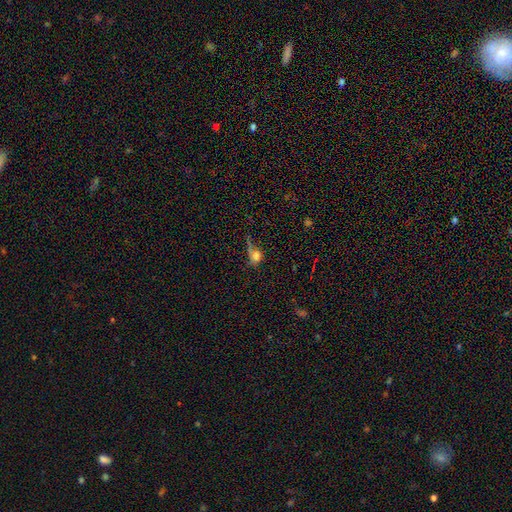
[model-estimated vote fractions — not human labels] Smooth or featured?
  - smooth: 65% *
  - featured or disk: 18%
  - star or artifact: 16%
How rounded?
  - round: 51% *
  - in between: 43%
  - cigar-shaped: 6%
Merging?
  - major disturbance: 36% *
  - none: 31%
  - minor disturbance: 22%
  - merger: 11%